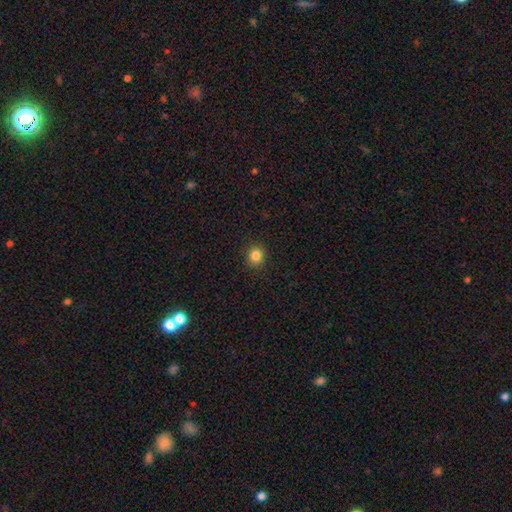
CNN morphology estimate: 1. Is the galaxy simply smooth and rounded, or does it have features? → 84% smooth, 11% star or artifact, 4% featured or disk.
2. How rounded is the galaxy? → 82% round, 17% in between, 1% cigar-shaped.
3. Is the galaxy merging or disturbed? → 91% none, 6% minor disturbance, 2% major disturbance, 1% merger.